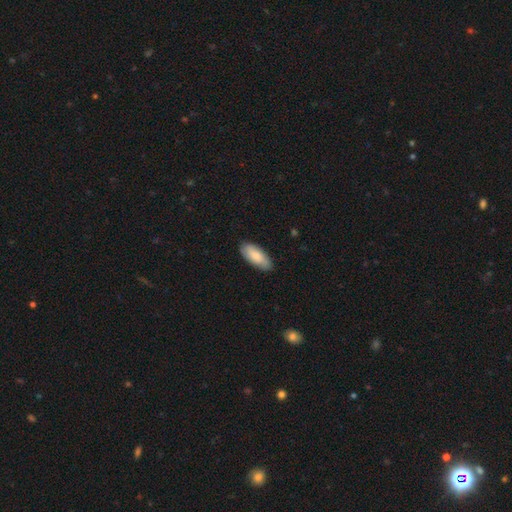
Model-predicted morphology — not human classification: Overall: smooth (82%). How rounded: in between (84%). Merging: none (85%).